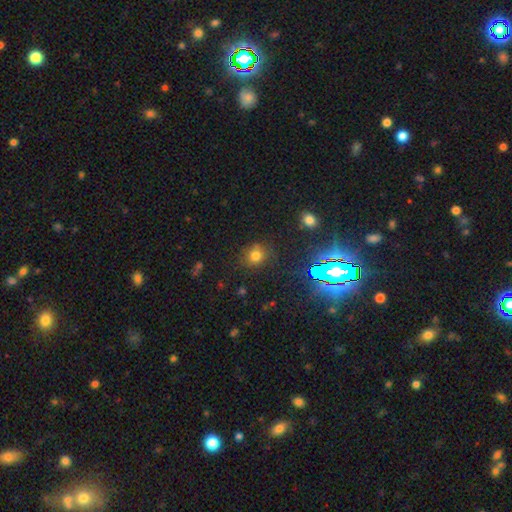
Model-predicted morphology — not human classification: The model was most divided on "smooth or featured": smooth: 69%, star or artifact: 24%, featured or disk: 8%. More confident: how rounded — round (82%); merging — none (80%).